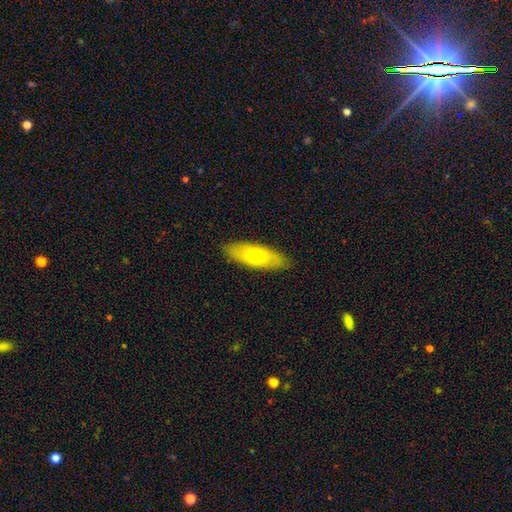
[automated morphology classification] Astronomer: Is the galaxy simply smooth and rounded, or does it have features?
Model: smooth — 62%.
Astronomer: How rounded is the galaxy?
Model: in between — 67%.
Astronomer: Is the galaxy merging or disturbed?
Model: none — 88%.